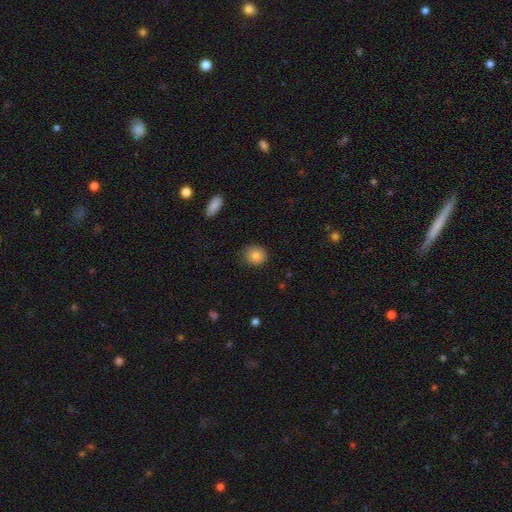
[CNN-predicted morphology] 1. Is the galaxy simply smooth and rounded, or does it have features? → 83% smooth, 9% star or artifact, 8% featured or disk.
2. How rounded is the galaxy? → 79% round, 20% in between, 1% cigar-shaped.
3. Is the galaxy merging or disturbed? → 86% none, 11% minor disturbance, 2% major disturbance, 1% merger.